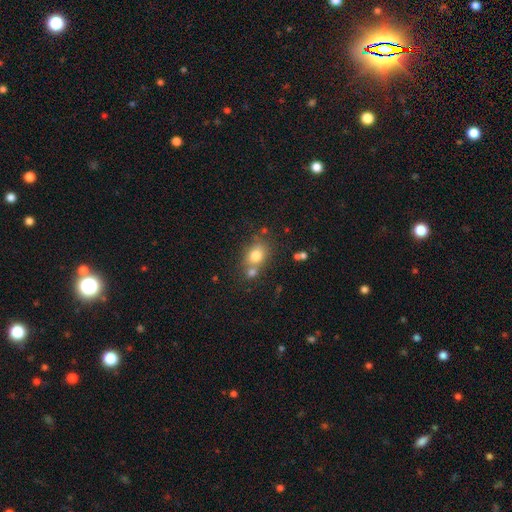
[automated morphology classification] A smooth galaxy with no disk features (76%) that is in between round and cigar-shaped (56%).

Vote fractions:
- Smooth or featured? smooth: 76% / featured or disk: 13% / star or artifact: 11%
- How rounded? in between: 56% / round: 42% / cigar-shaped: 1%
- Merging? none: 55% / merger: 26% / minor disturbance: 14% / major disturbance: 4%